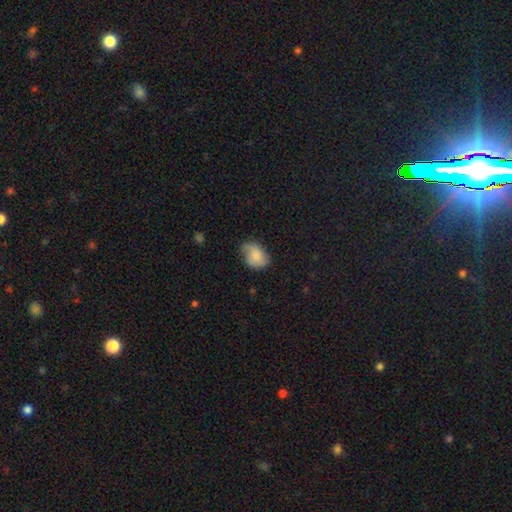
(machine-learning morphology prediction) Smooth or featured? smooth (70%)
How rounded? in between (70%)
Merging? none (55%)